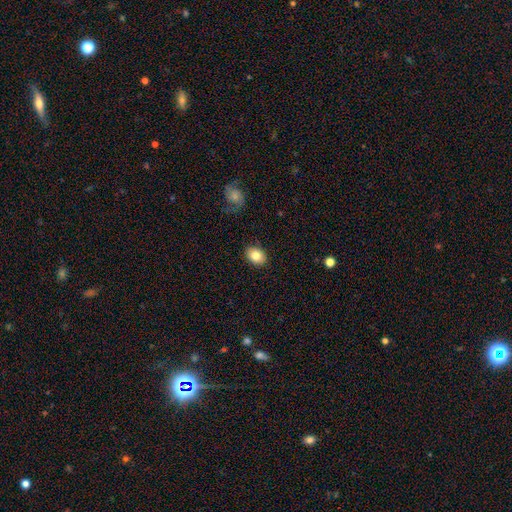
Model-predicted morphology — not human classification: This appears to be a smooth galaxy with no disk features (82%) that is in between round and cigar-shaped (69%). Merging: none (87%).